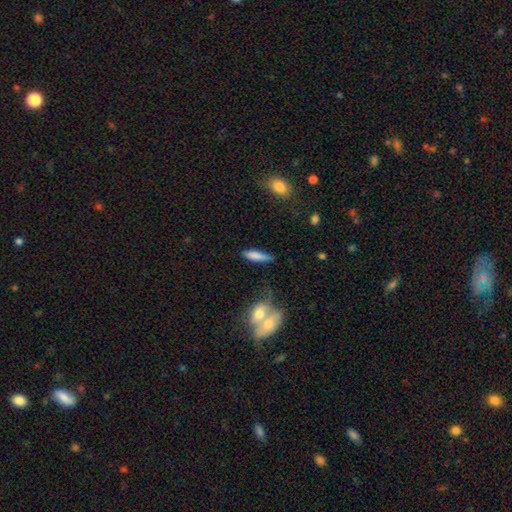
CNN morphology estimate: A smooth galaxy with no disk features (80%) that is cigar-shaped (68%).

Vote fractions:
- Smooth or featured? smooth: 80% / featured or disk: 13% / star or artifact: 7%
- How rounded? cigar-shaped: 68% / in between: 30% / round: 2%
- Merging? none: 65% / minor disturbance: 20% / merger: 8% / major disturbance: 6%